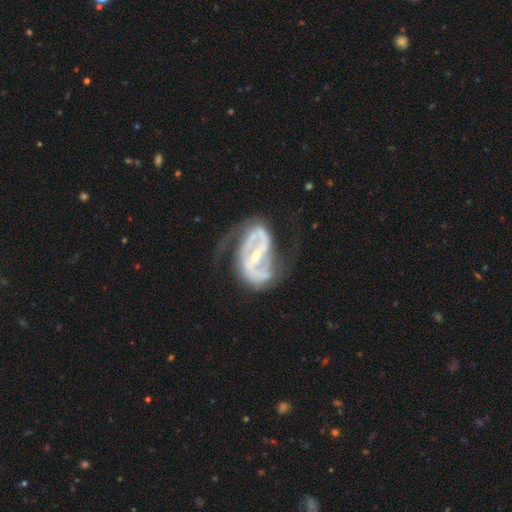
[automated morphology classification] Smooth or featured? Predicted: featured or disk (p=0.89). Edge-on disk? Predicted: no (p=0.96). Bar? Predicted: strong (p=0.68). Spiral arms? Predicted: yes (p=0.91). Spiral winding? Predicted: medium (p=0.47). Spiral arm count? Predicted: 2 (p=0.85). Bulge size? Predicted: small (p=0.66). Merging? Predicted: none (p=0.53).